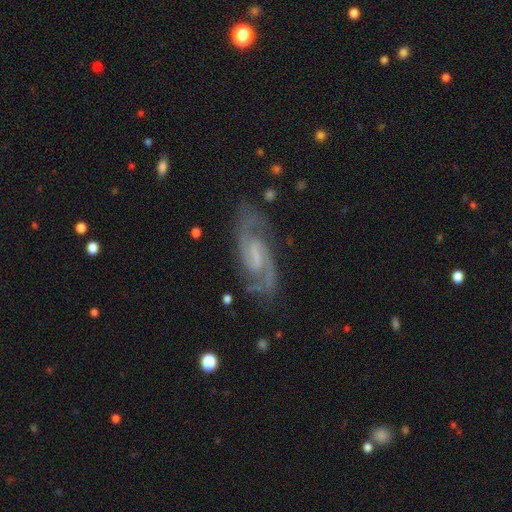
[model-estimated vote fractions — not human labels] A featured or disk galaxy (91%) with a weak bar (53%), 2 (93%) medium (60%) spiral arms (98%) and no central bulge (46%). Merging: none (79%).